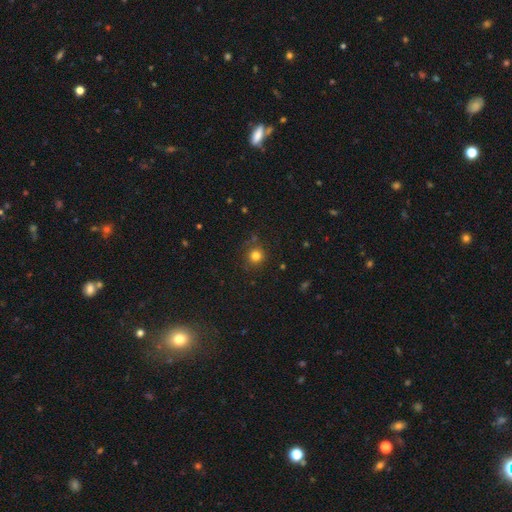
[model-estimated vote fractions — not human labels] Q: Smooth or featured?
A: smooth (80%); runner-up: star or artifact (15%)
Q: How rounded?
A: round (92%); runner-up: in between (7%)
Q: Merging?
A: none (84%); runner-up: minor disturbance (10%)